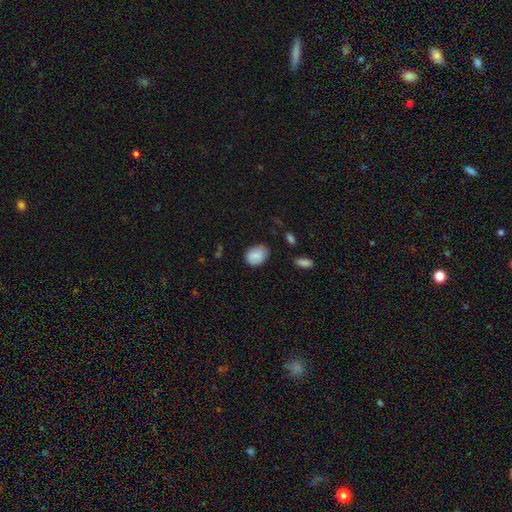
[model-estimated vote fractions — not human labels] The model was most divided on "how rounded": in between: 65%, round: 34%, cigar-shaped: 1%. More confident: smooth or featured — smooth (85%); merging — none (75%).